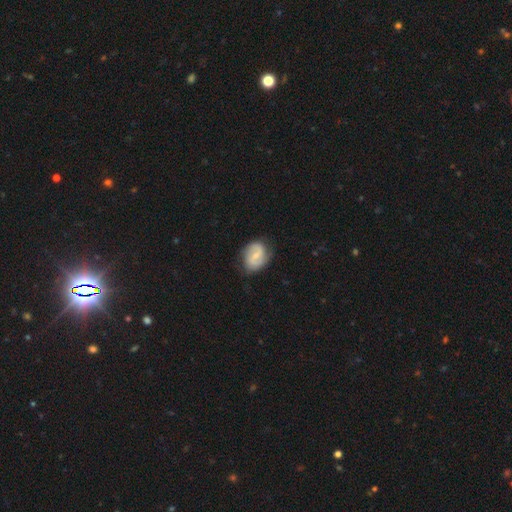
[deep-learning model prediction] Smooth or featured? featured or disk (69%)
Edge-on disk? no (98%)
Bar? weak (53%)
Spiral arms? yes (91%)
Spiral winding? medium (47%)
Spiral arm count? 2 (86%)
Bulge size? small (59%)
Merging? none (76%)